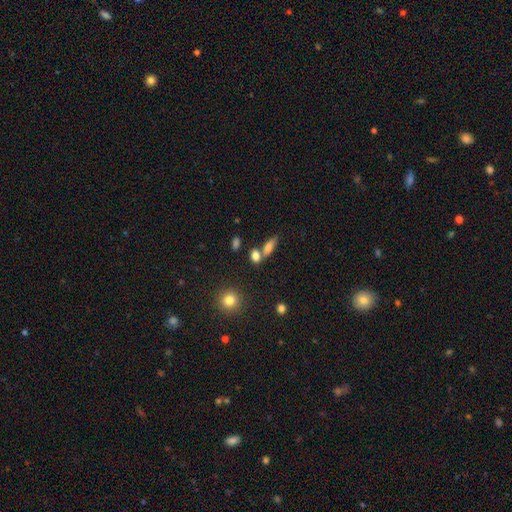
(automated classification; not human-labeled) Overall: smooth (72%). How rounded: in between (65%). Merging: none (53%; merger 33%).